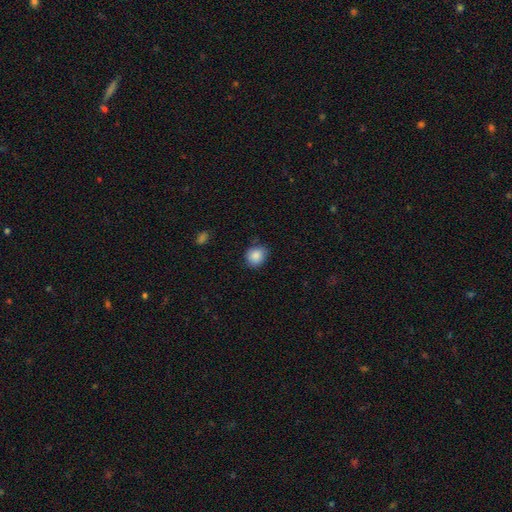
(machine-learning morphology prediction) The model was most divided on "how rounded": round: 69%, in between: 31%, cigar-shaped: 1%. More confident: smooth or featured — smooth (87%); merging — none (77%).